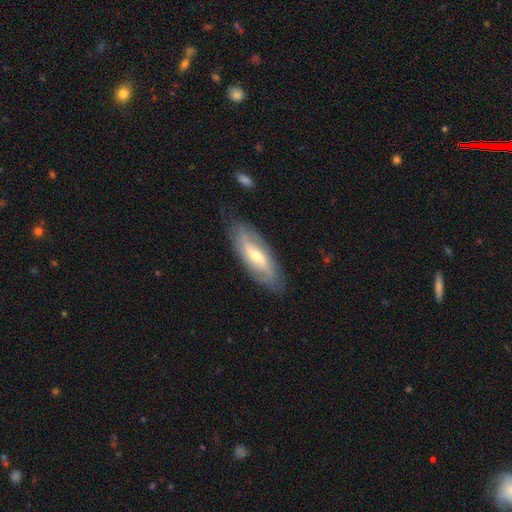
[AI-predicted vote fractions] smooth_or_featured: featured or disk (p=0.73) [alt: smooth p=0.22]
disk_edge_on: no (p=0.85) [alt: yes p=0.15]
bar: weak (p=0.46) [alt: no p=0.30]
has_spiral_arms: yes (p=0.87) [alt: no p=0.13]
spiral_winding: medium (p=0.39) [alt: loose p=0.35]
spiral_arm_count: 2 (p=0.76) [alt: can't tell p=0.16]
bulge_size: moderate (p=0.52) [alt: small p=0.43]
merging: none (p=0.81) [alt: minor disturbance p=0.14]